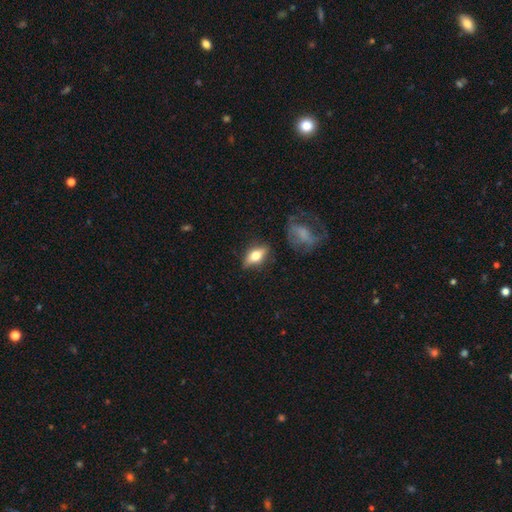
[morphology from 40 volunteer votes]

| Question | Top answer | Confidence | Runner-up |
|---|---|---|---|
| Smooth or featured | smooth | 52% | featured or disk (35%) |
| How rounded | in between | 86% | cigar-shaped (10%) |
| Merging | none | 83% | minor disturbance (14%) |